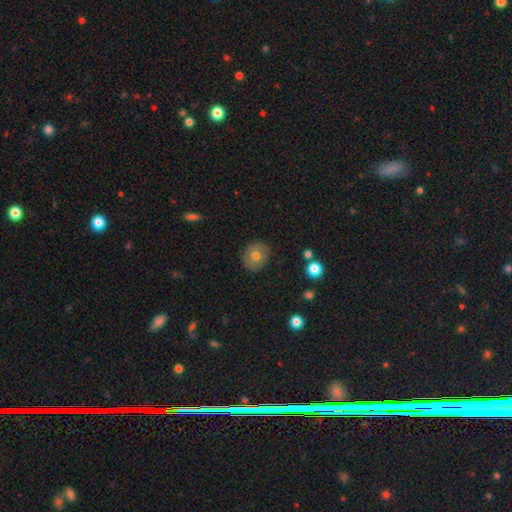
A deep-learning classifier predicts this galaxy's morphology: The model was most divided on "smooth or featured": smooth: 69%, featured or disk: 22%, star or artifact: 9%. More confident: merging — none (86%); how rounded — round (75%).